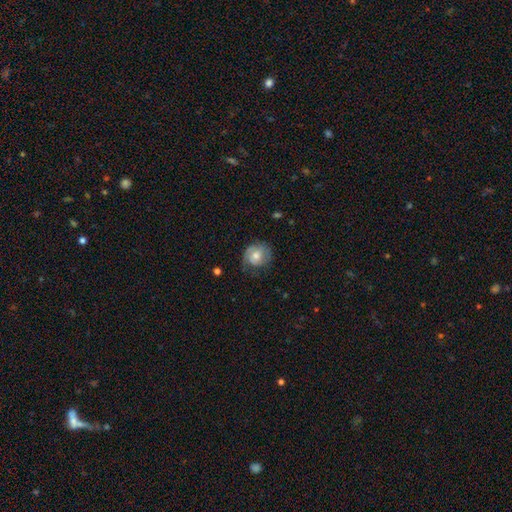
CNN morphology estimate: This appears to be a smooth galaxy with no disk features (52%) that is round (77%). Merging: none (59%).